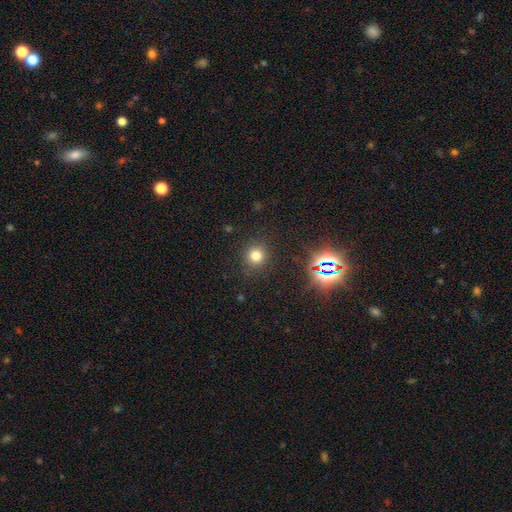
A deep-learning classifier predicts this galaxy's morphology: Q: Smooth or featured?
A: smooth (75%); runner-up: star or artifact (19%)
Q: How rounded?
A: round (90%); runner-up: in between (9%)
Q: Merging?
A: none (88%); runner-up: minor disturbance (7%)